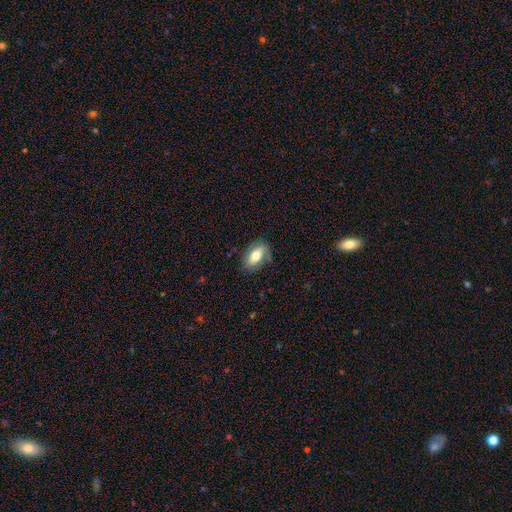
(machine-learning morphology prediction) Q: Smooth or featured?
A: smooth (57%); runner-up: featured or disk (36%)
Q: How rounded?
A: in between (87%); runner-up: round (7%)
Q: Merging?
A: none (73%); runner-up: minor disturbance (19%)